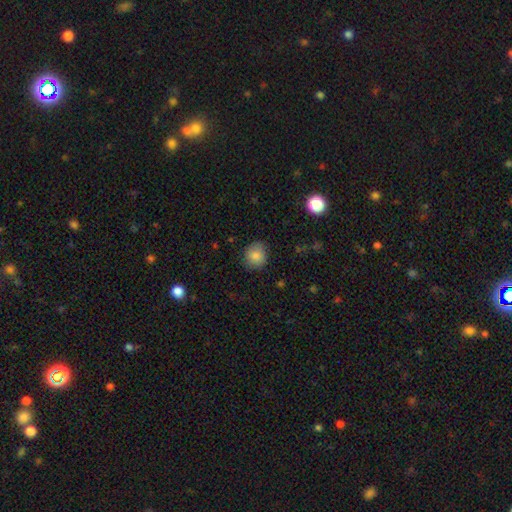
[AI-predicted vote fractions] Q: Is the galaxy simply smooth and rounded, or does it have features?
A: smooth — 85%.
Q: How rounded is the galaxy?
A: round — 82%.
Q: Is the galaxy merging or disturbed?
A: none — 80%.